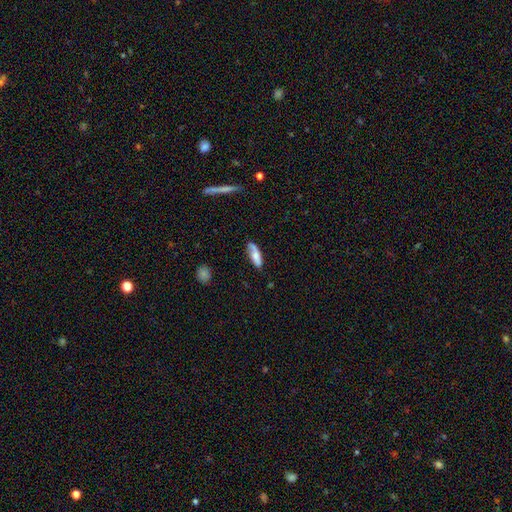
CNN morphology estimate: Overall: smooth (67%). How rounded: in between (61%; cigar-shaped 37%). Merging: none (63%; minor disturbance 26%).